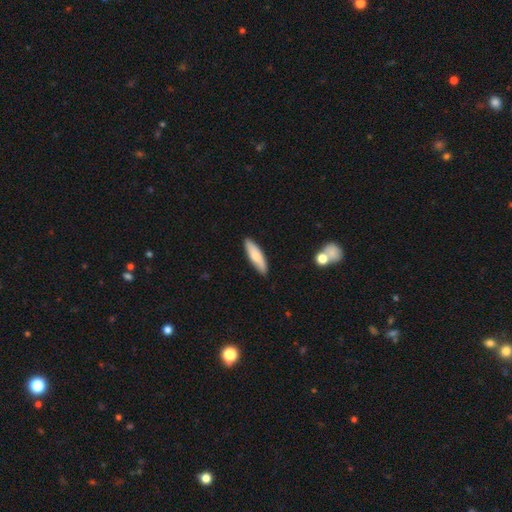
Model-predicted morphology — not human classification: Smooth or featured? smooth (76%)
How rounded? cigar-shaped (64%)
Merging? none (87%)